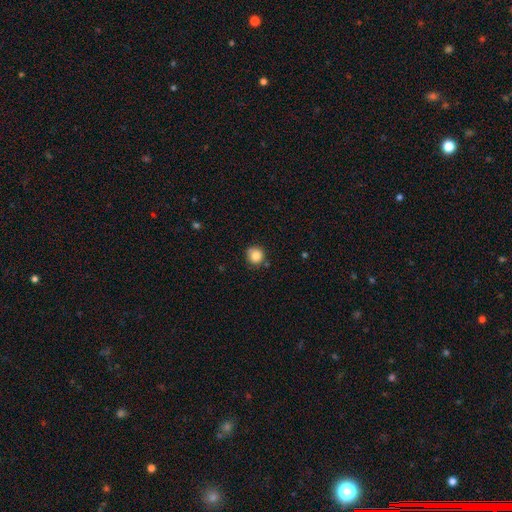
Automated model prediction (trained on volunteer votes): Smooth or featured? Predicted: smooth (p=0.85). How rounded? Predicted: round (p=0.92). Merging? Predicted: none (p=0.83).